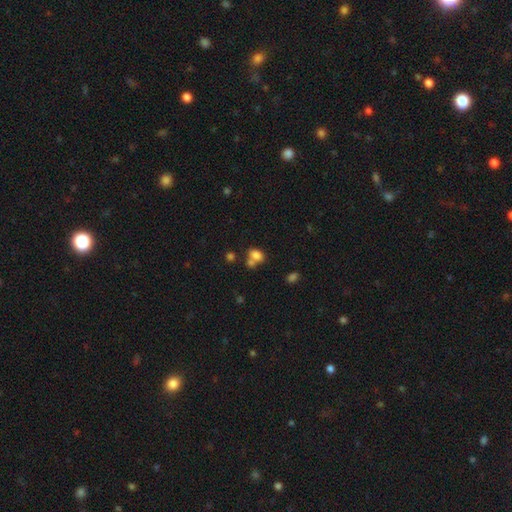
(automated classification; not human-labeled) smooth_or_featured: smooth (p=0.79) [alt: star or artifact p=0.12]
how_rounded: in between (p=0.73) [alt: round p=0.25]
merging: merger (p=0.43) [alt: none p=0.40]